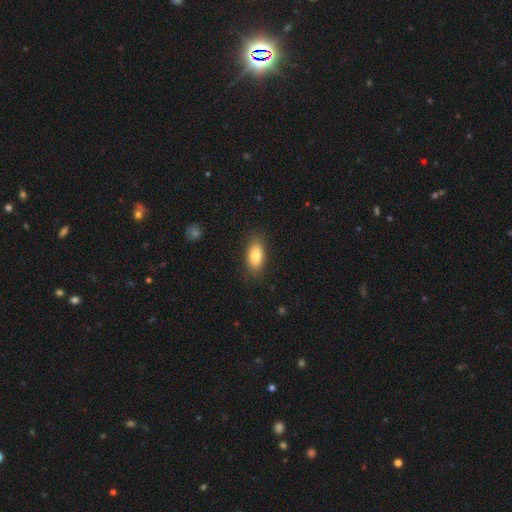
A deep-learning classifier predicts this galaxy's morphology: A smooth galaxy with no disk features (83%) that is in between round and cigar-shaped (87%). Merging: none (85%).